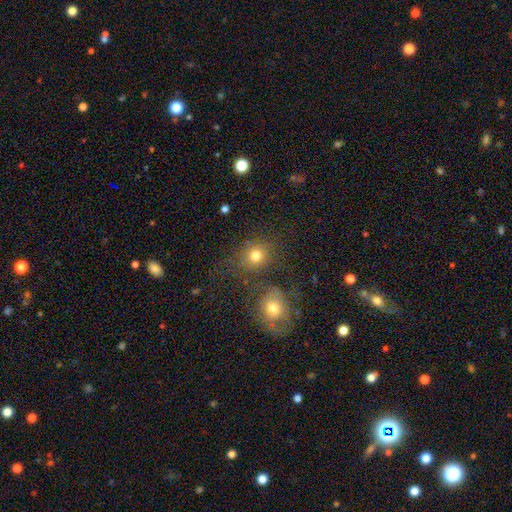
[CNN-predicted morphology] A smooth galaxy with no disk features (75%) that is round (79%). Merging: none (63%).